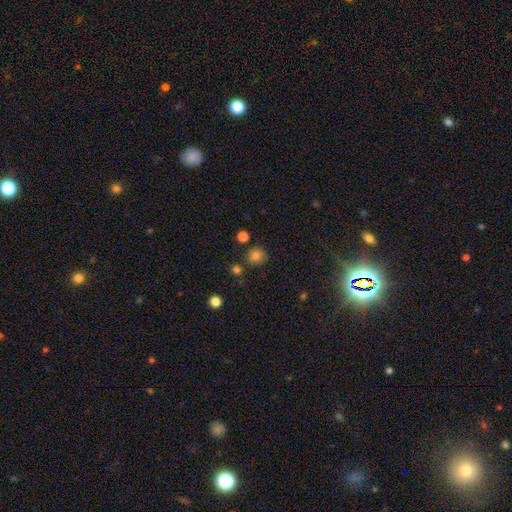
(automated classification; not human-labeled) A smooth galaxy with no disk features (80%) that is round (85%). Merging: none (78%).